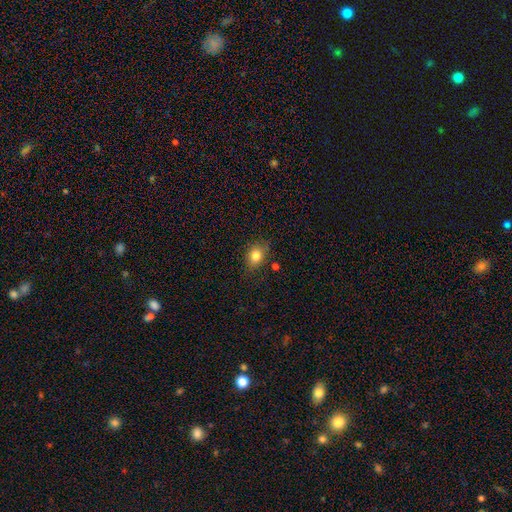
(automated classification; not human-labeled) This appears to be a smooth galaxy with no disk features (81%) that is in between round and cigar-shaped (60%). Merging: none (78%).